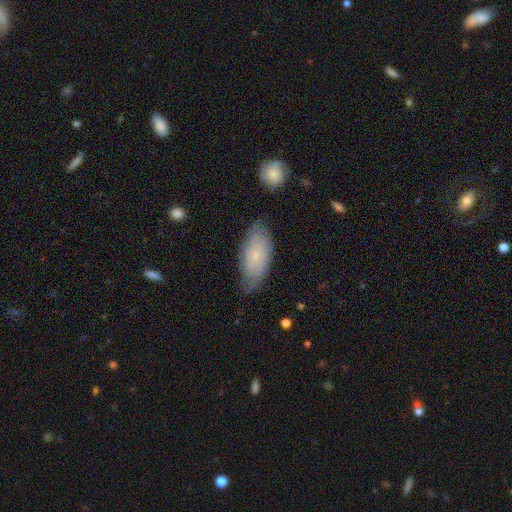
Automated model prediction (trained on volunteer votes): smooth_or_featured: smooth (p=0.63) [alt: featured or disk p=0.30]
how_rounded: in between (p=0.87) [alt: cigar-shaped p=0.11]
merging: none (p=0.68) [alt: minor disturbance p=0.25]